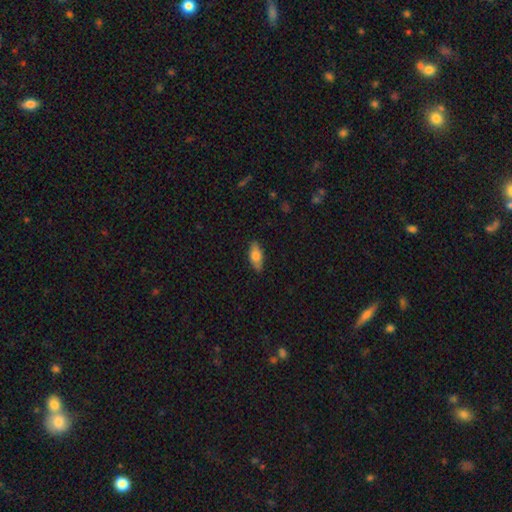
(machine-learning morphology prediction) Smooth or featured?
  - smooth: 70% *
  - featured or disk: 23%
  - star or artifact: 6%
How rounded?
  - in between: 77% *
  - cigar-shaped: 20%
  - round: 3%
Merging?
  - none: 87% *
  - minor disturbance: 10%
  - major disturbance: 2%
  - merger: 1%